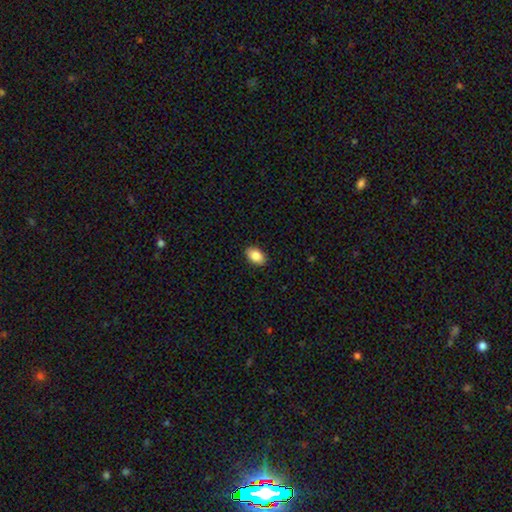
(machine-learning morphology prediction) Smooth or featured? smooth (86%)
How rounded? in between (89%)
Merging? none (90%)